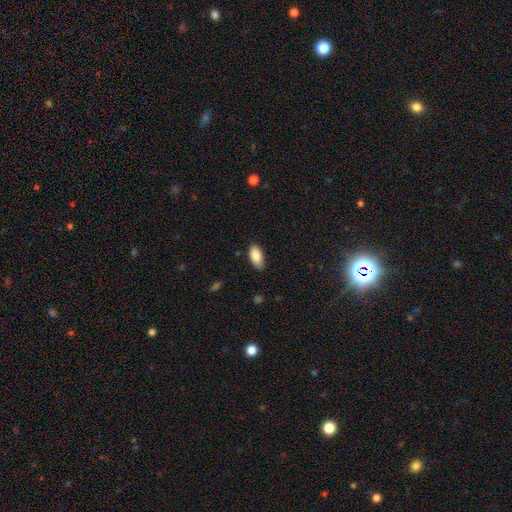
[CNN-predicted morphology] The model was most divided on "merging": none: 77%, minor disturbance: 19%, major disturbance: 3%, merger: 1%. More confident: how rounded — in between (91%); smooth or featured — smooth (86%).